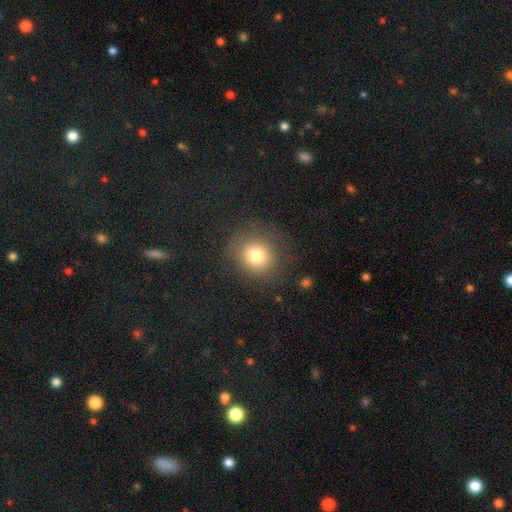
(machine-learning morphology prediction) This appears to be a smooth galaxy with no disk features (78%) that is round (84%). Merging: none (78%).